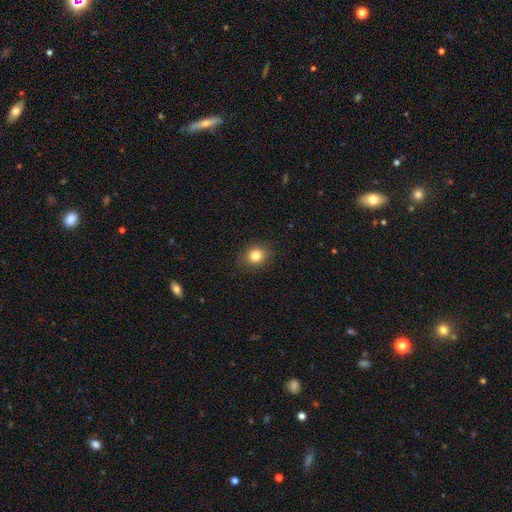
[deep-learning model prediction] Smooth or featured? Predicted: smooth (p=0.83). How rounded? Predicted: round (p=0.71). Merging? Predicted: none (p=0.88).